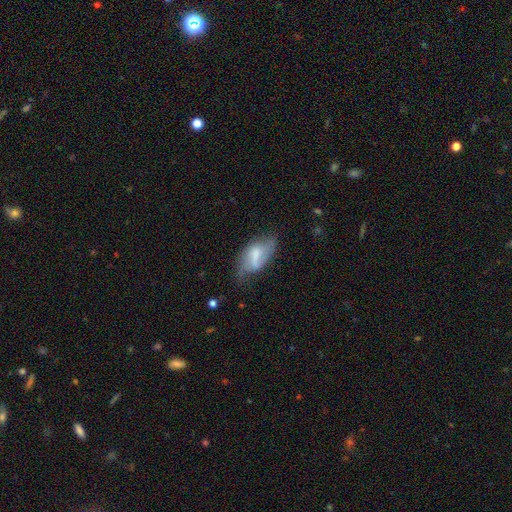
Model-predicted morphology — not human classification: Smooth or featured? Predicted: smooth (p=0.49). Merging? Predicted: none (p=0.42).